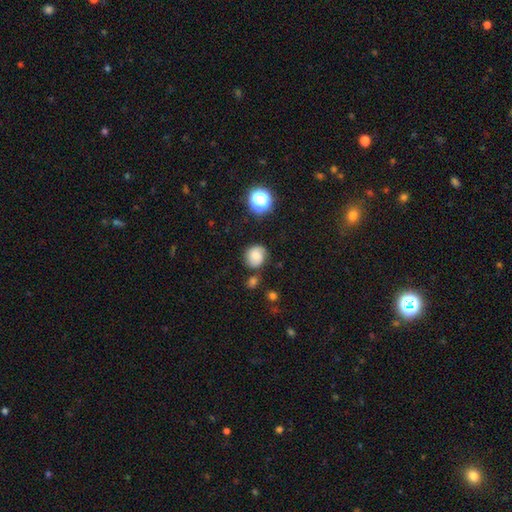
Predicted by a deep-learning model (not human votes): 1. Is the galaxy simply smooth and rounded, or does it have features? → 63% smooth, 24% featured or disk, 13% star or artifact.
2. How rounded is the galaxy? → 78% round, 21% in between, 1% cigar-shaped.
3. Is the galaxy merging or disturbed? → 69% none, 19% minor disturbance, 6% major disturbance, 5% merger.